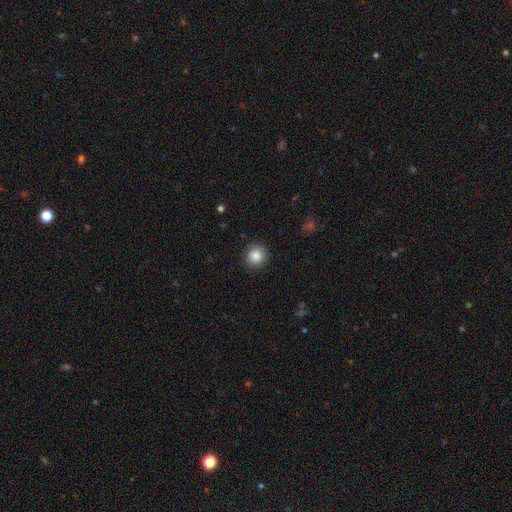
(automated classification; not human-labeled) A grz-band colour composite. It shows a smooth galaxy with no disk features (87%) that is round (92%). Merging: none (90%).